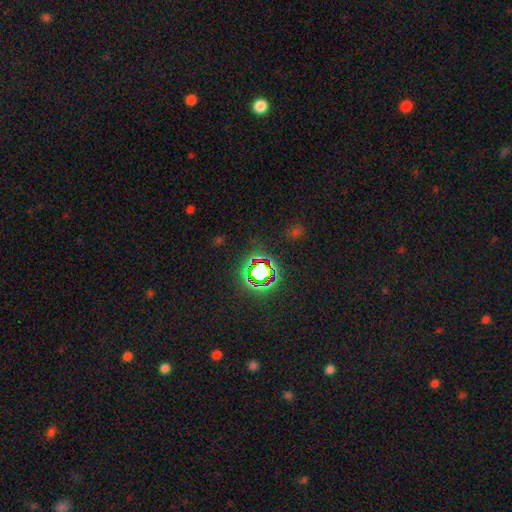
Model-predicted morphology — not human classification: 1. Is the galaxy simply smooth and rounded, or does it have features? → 79% star or artifact, 13% smooth, 7% featured or disk.